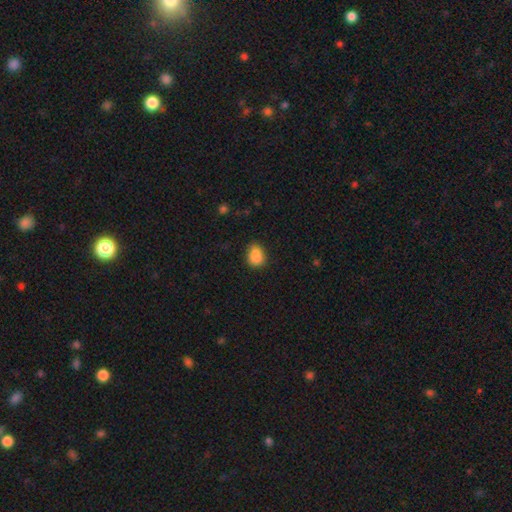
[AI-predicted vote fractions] This is clearly a smooth galaxy (87%). How rounded: likely in between (67%). Merging: likely none (70%).